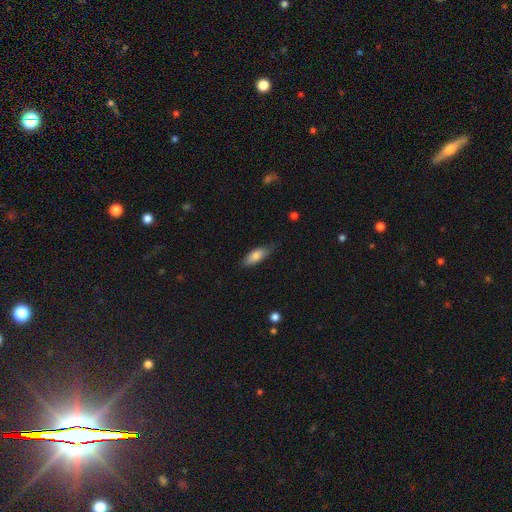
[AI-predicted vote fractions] Smooth or featured?
  - smooth: 79% *
  - featured or disk: 14%
  - star or artifact: 6%
How rounded?
  - in between: 72% *
  - cigar-shaped: 26%
  - round: 2%
Merging?
  - none: 72% *
  - minor disturbance: 23%
  - major disturbance: 4%
  - merger: 1%